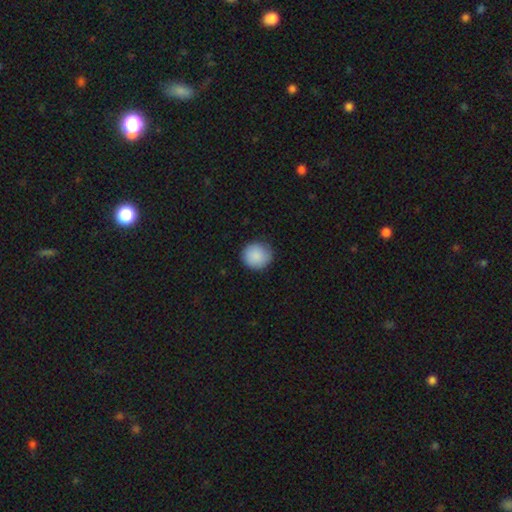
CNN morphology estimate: Smooth or featured? Predicted: smooth (p=0.89). How rounded? Predicted: round (p=0.92). Merging? Predicted: none (p=0.87).